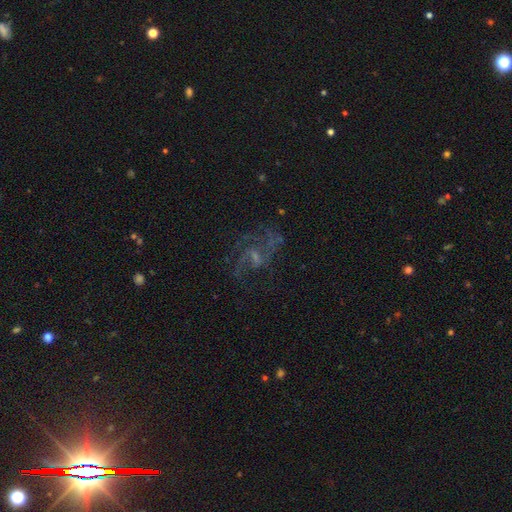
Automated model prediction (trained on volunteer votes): smooth_or_featured: featured or disk (p=0.75) [alt: star or artifact p=0.15]
disk_edge_on: no (p=0.97) [alt: yes p=0.03]
bar: weak (p=0.48) [alt: no p=0.41]
has_spiral_arms: yes (p=0.88) [alt: no p=0.12]
spiral_winding: loose (p=0.46) [alt: medium p=0.42]
spiral_arm_count: 2 (p=0.42) [alt: can't tell p=0.21]
bulge_size: small (p=0.50) [alt: moderate p=0.24]
merging: none (p=0.57) [alt: major disturbance p=0.25]